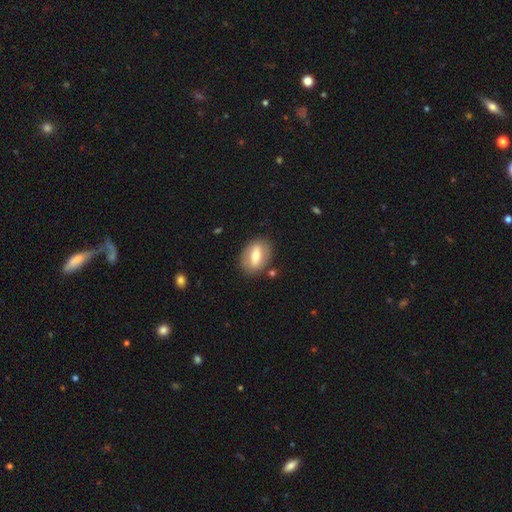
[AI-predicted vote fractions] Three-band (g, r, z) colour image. It shows a smooth galaxy with no disk features (57%) that is in between round and cigar-shaped (79%). Merging: none (82%).